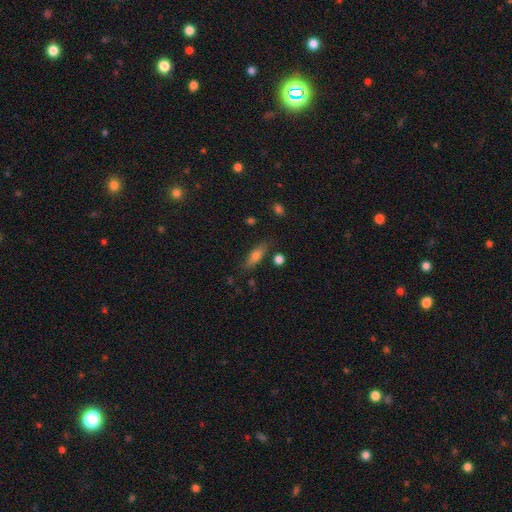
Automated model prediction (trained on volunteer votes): A smooth galaxy with no disk features (68%) that is in between round and cigar-shaped (52%). Merging: none (78%).